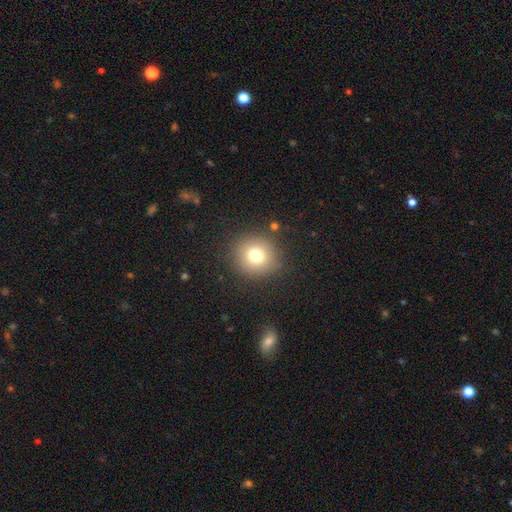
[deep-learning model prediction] Overall: smooth (75%). How rounded: round (90%). Merging: none (87%).